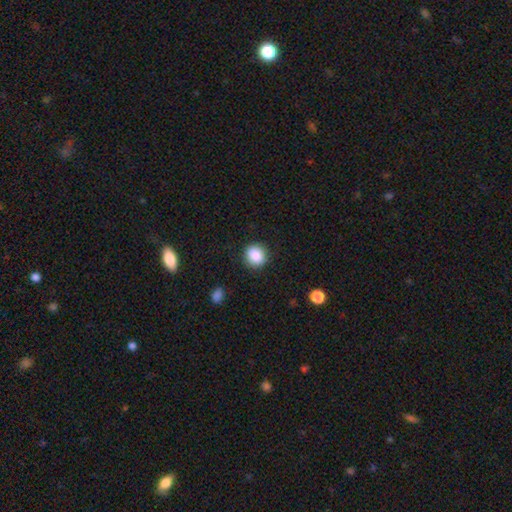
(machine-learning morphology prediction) Smooth or featured? smooth (87%)
How rounded? round (84%)
Merging? none (89%)